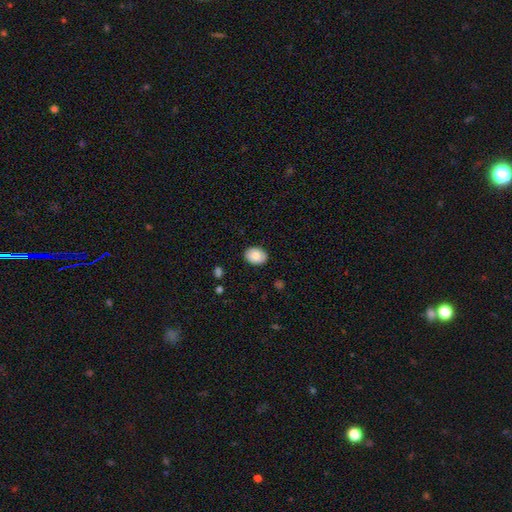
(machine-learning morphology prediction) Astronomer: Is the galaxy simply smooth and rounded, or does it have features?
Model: smooth — 81%.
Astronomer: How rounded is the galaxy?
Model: in between — 69%.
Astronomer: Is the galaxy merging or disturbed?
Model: none — 89%.